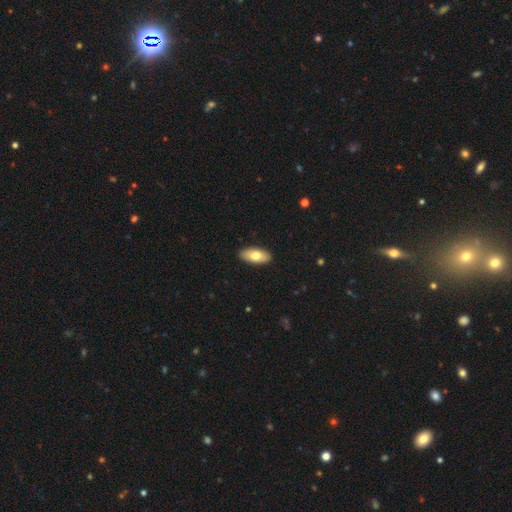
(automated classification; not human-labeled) Smooth or featured?
  - smooth: 72% *
  - featured or disk: 22%
  - star or artifact: 6%
How rounded?
  - in between: 89% *
  - cigar-shaped: 8%
  - round: 3%
Merging?
  - none: 90% *
  - minor disturbance: 7%
  - major disturbance: 2%
  - merger: 1%